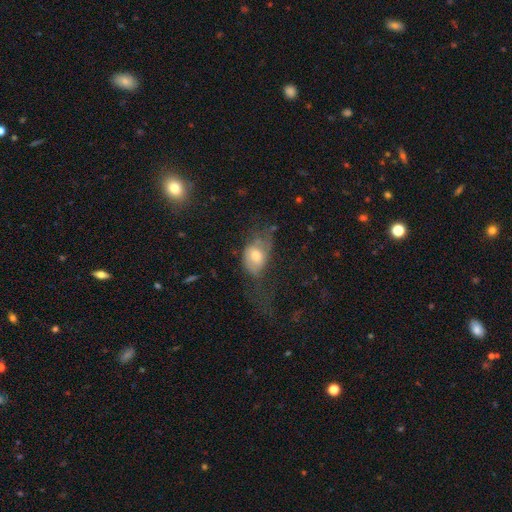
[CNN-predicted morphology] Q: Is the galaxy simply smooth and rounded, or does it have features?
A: smooth — 56%.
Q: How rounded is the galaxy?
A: in between — 78%.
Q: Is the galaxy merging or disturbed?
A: major disturbance — 46%.